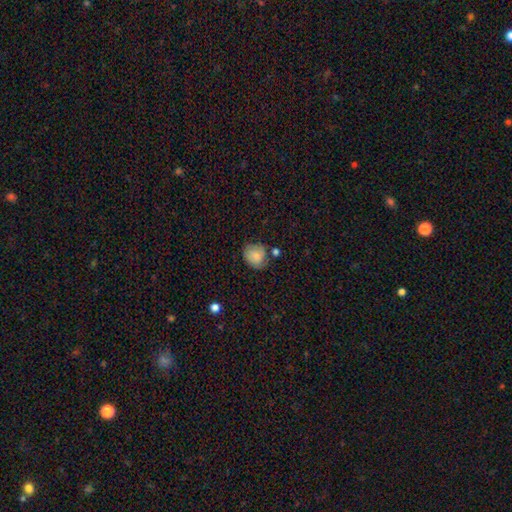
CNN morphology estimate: Q: Smooth or featured?
A: smooth (80%); runner-up: featured or disk (12%)
Q: How rounded?
A: round (71%); runner-up: in between (28%)
Q: Merging?
A: none (62%); runner-up: minor disturbance (24%)